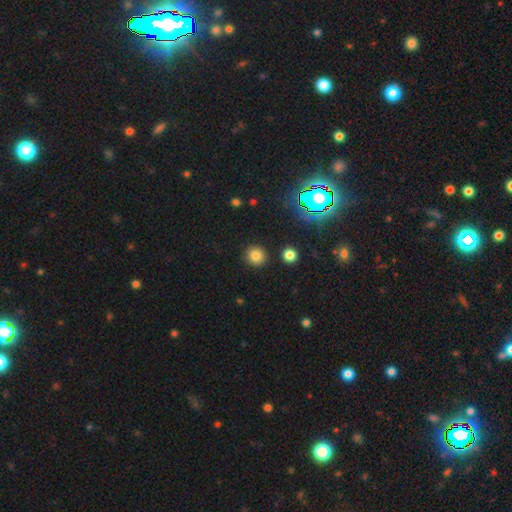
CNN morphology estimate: smooth_or_featured: smooth (p=0.80) [alt: star or artifact p=0.14]
how_rounded: round (p=0.92) [alt: in between p=0.07]
merging: none (p=0.90) [alt: minor disturbance p=0.06]